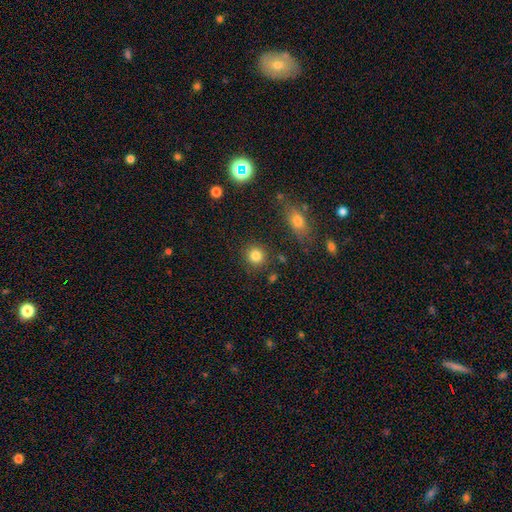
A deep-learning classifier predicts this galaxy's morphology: smooth-or-featured: smooth: 84% | star or artifact: 11% | featured or disk: 5%
  how-rounded: round: 89% | in between: 10% | cigar-shaped: 1%
  merging: none: 86% | minor disturbance: 8% | merger: 3% | major disturbance: 3%